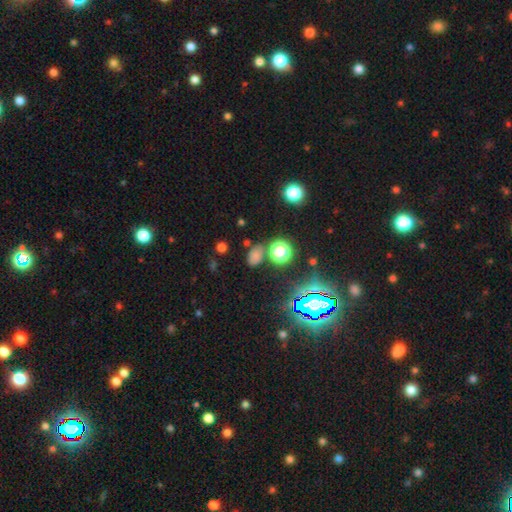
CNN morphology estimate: Q: Smooth or featured?
A: smooth (64%); runner-up: star or artifact (29%)
Q: How rounded?
A: in between (75%); runner-up: round (23%)
Q: Merging?
A: none (74%); runner-up: minor disturbance (13%)